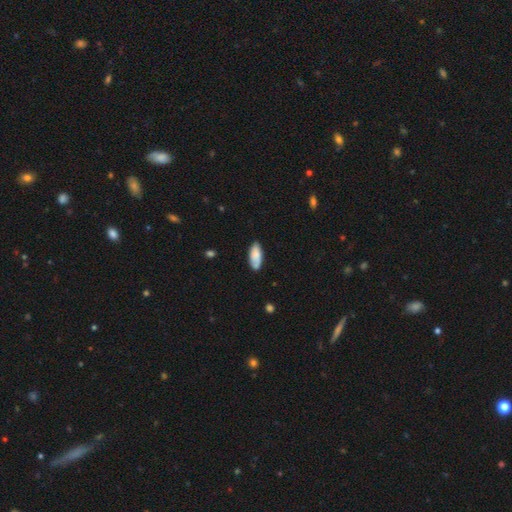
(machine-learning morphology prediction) This appears to be a smooth galaxy with no disk features (79%) that is in between round and cigar-shaped (85%). Merging: none (77%).